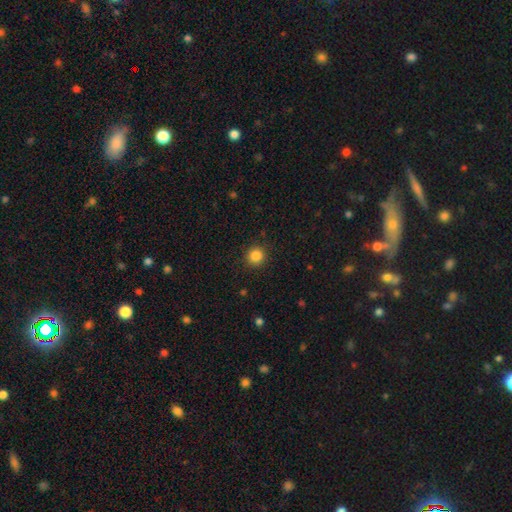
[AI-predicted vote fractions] This is clearly a smooth galaxy (85%). How rounded: clearly round (93%). Merging: clearly none (91%).